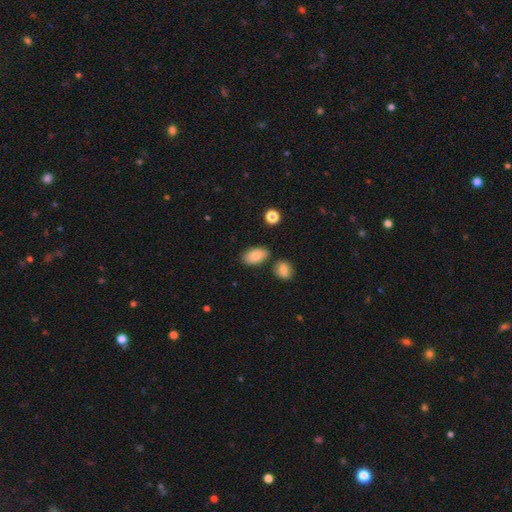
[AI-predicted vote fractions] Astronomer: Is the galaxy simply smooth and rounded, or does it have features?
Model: smooth — 87%.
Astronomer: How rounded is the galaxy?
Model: in between — 93%.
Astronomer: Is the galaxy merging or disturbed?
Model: none — 77%.